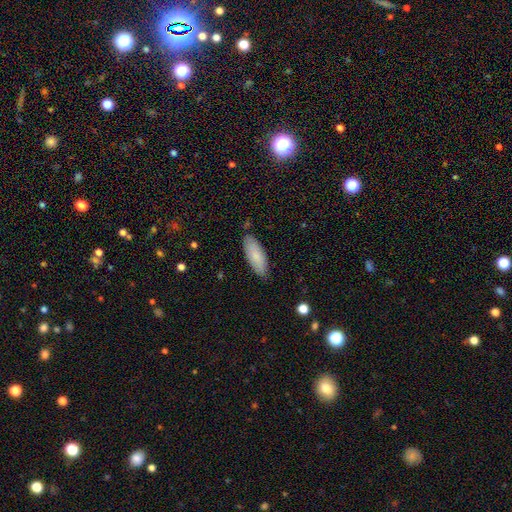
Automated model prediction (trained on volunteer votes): Smooth or featured? Predicted: smooth (p=0.83). How rounded? Predicted: in between (p=0.72). Merging? Predicted: none (p=0.84).